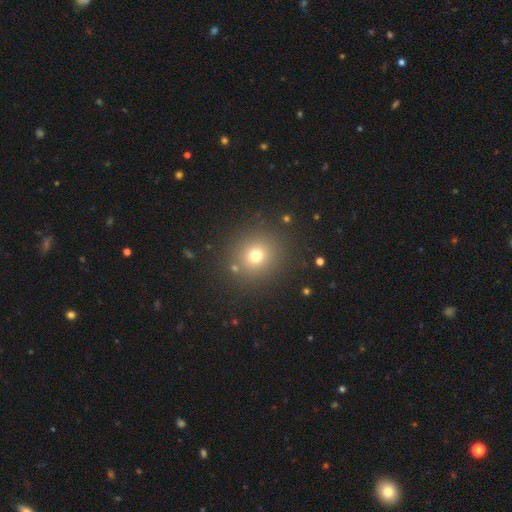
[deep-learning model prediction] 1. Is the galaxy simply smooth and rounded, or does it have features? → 71% smooth, 20% star or artifact, 9% featured or disk.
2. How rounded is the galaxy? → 89% round, 10% in between, 1% cigar-shaped.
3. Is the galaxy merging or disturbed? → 87% none, 7% minor disturbance, 3% major disturbance, 3% merger.